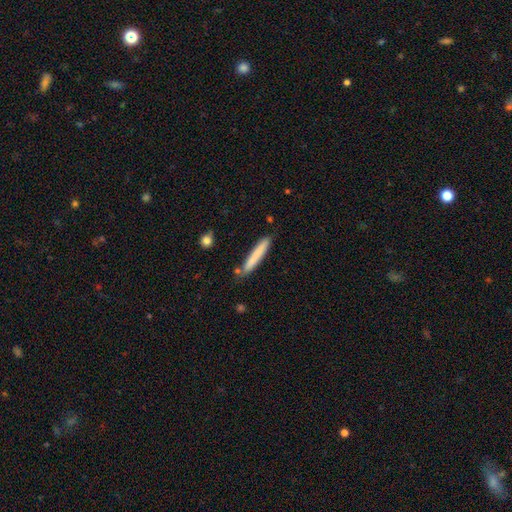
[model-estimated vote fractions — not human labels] A smooth galaxy with no disk features (76%) that is cigar-shaped (95%).

Vote fractions:
- Smooth or featured? smooth: 76% / featured or disk: 18% / star or artifact: 6%
- How rounded? cigar-shaped: 95% / in between: 4% / round: 1%
- Merging? none: 84% / minor disturbance: 11% / merger: 3% / major disturbance: 2%